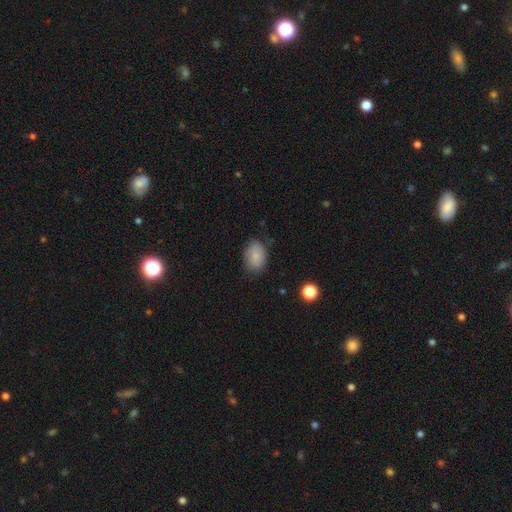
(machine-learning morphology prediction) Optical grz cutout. It shows a smooth galaxy with no disk features (85%) that is in between round and cigar-shaped (82%). Merging: none (79%).